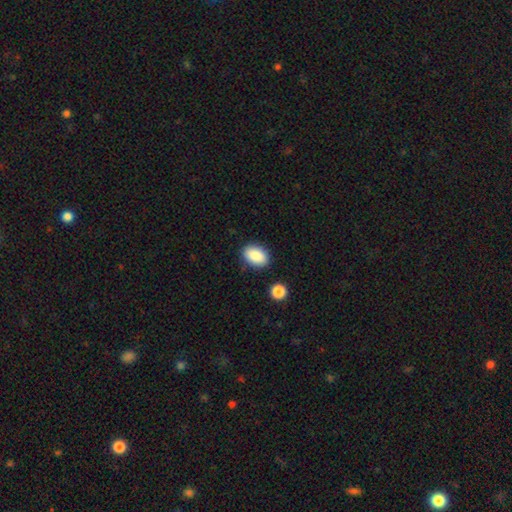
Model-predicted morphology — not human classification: Smooth or featured? Predicted: smooth (p=0.88). How rounded? Predicted: in between (p=0.88). Merging? Predicted: none (p=0.84).